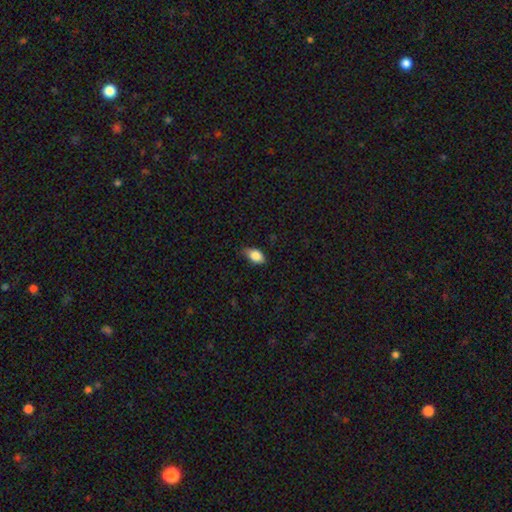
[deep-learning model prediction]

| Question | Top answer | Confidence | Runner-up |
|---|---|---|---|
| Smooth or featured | smooth | 85% | star or artifact (8%) |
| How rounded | in between | 87% | round (10%) |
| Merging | none | 66% | minor disturbance (28%) |